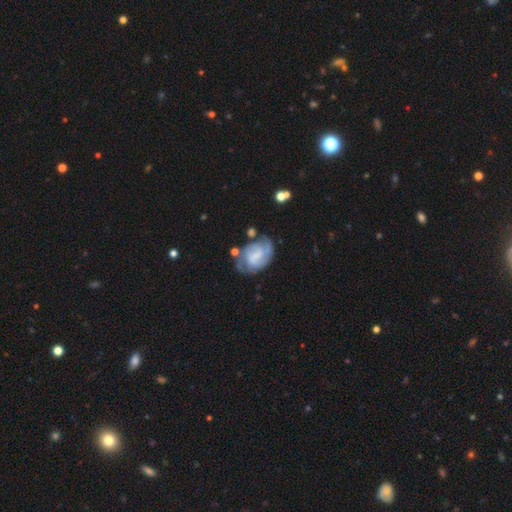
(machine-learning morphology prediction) This appears to be a featured or disk galaxy (68%) with a weak bar (47%), 2 (48%) tight (46%) spiral arms (85%) and no central bulge (44%). Merging: none (51%).